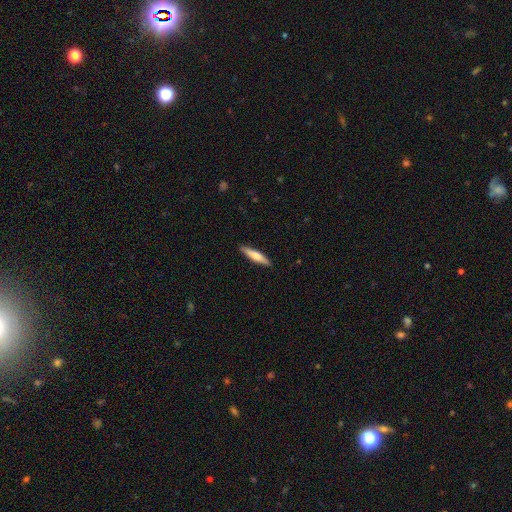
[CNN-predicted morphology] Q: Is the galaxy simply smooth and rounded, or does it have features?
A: smooth — 62%.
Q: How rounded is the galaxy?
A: cigar-shaped — 86%.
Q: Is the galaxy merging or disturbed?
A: none — 90%.